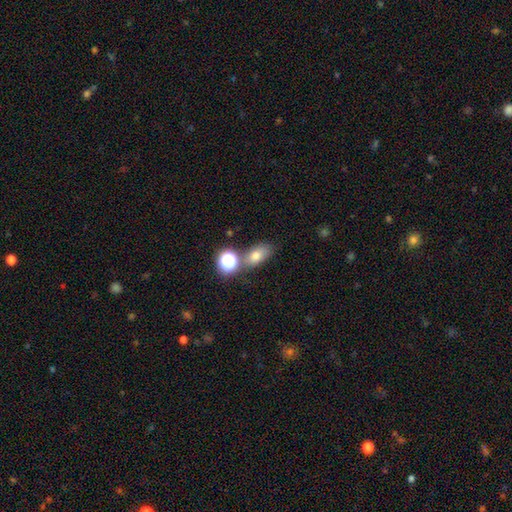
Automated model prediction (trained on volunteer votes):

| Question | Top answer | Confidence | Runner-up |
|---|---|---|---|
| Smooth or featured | smooth | 72% | star or artifact (16%) |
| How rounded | in between | 77% | round (19%) |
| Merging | none | 63% | merger (18%) |